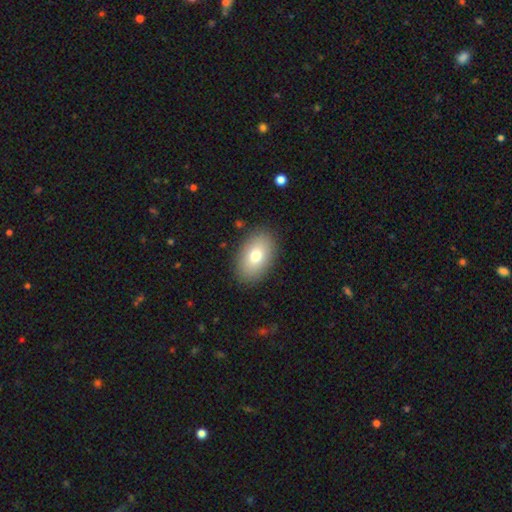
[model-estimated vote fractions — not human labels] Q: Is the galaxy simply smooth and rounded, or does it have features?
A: smooth — 75%.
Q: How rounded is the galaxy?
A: in between — 89%.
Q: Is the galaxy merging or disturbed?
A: none — 88%.